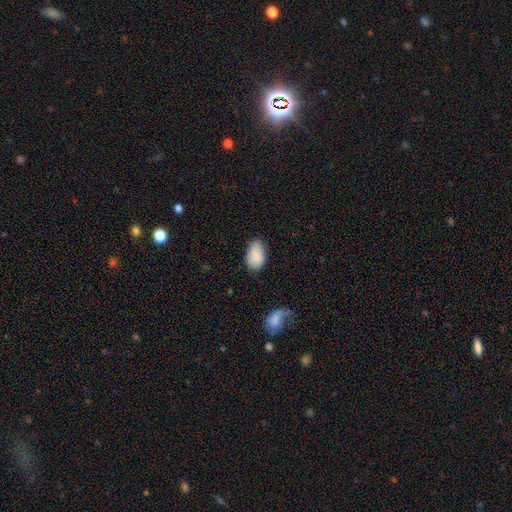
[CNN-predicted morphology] Smooth or featured? Predicted: smooth (p=0.86). How rounded? Predicted: in between (p=0.93). Merging? Predicted: none (p=0.65).